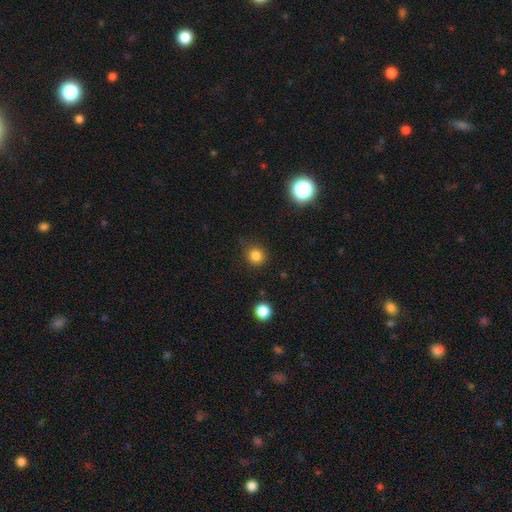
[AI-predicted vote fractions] A smooth galaxy with no disk features (82%) that is round (92%). Merging: none (84%).